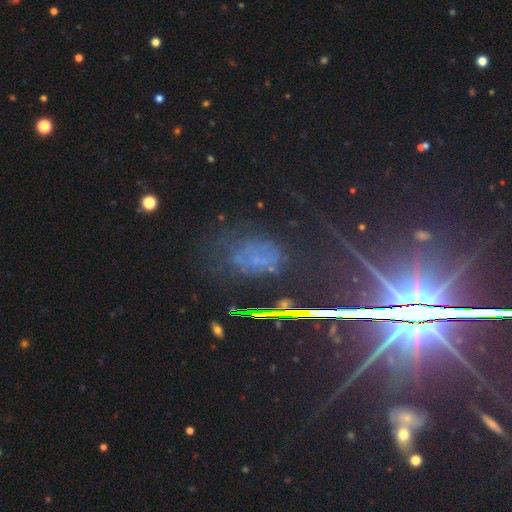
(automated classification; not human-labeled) smooth_or_featured: star or artifact (p=0.54) [alt: featured or disk p=0.29]